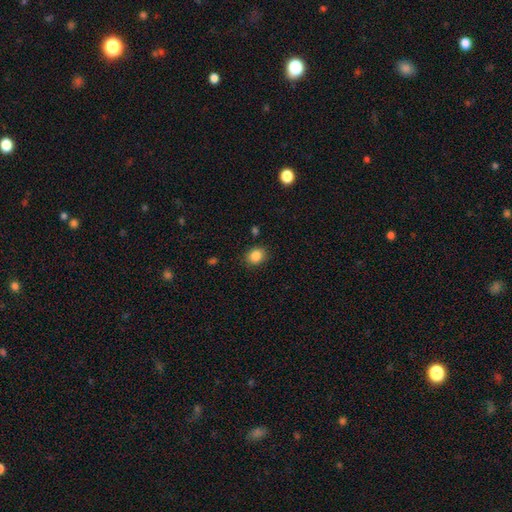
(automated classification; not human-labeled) A smooth galaxy with no disk features (86%) that is round (60%).

Vote fractions:
- Smooth or featured? smooth: 86% / star or artifact: 10% / featured or disk: 5%
- How rounded? round: 60% / in between: 39% / cigar-shaped: 1%
- Merging? none: 85% / minor disturbance: 10% / major disturbance: 3% / merger: 2%